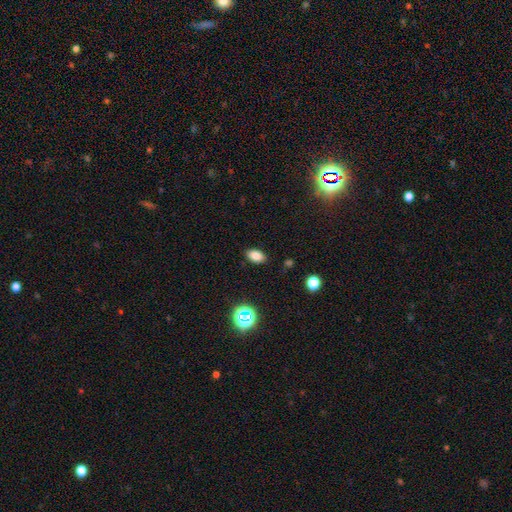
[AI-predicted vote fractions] A smooth galaxy with no disk features (81%) that is in between round and cigar-shaped (89%). Merging: none (87%).